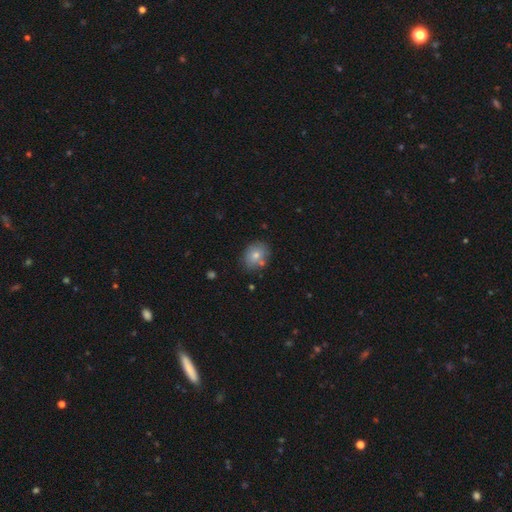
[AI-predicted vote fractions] Smooth or featured: smooth — 75% (featured or disk — 15%)
How rounded: round — 53% (in between — 46%)
Merging: none — 73% (minor disturbance — 16%)